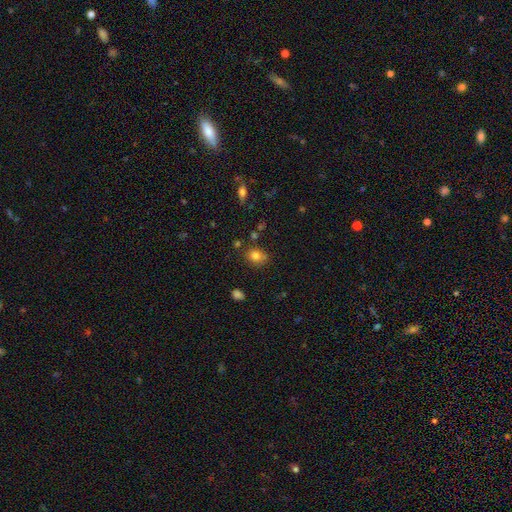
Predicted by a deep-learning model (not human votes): smooth_or_featured: smooth (p=0.81) [alt: star or artifact p=0.12]
how_rounded: round (p=0.53) [alt: in between p=0.46]
merging: none (p=0.74) [alt: minor disturbance p=0.17]